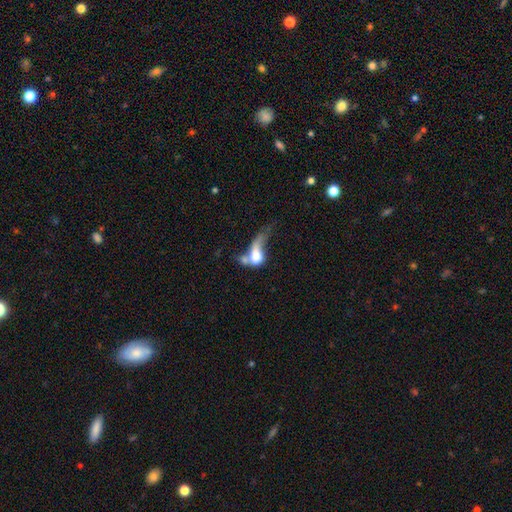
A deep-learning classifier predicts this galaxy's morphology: Smooth or featured? smooth (56%)
How rounded? in between (71%)
Merging? merger (45%)